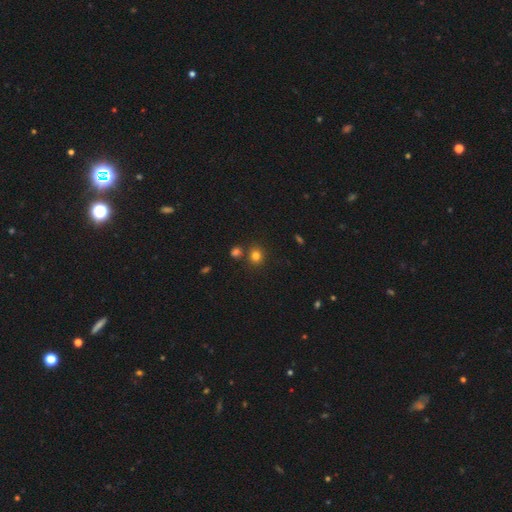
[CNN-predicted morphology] Overall: smooth (79%). How rounded: round (84%). Merging: none (77%).